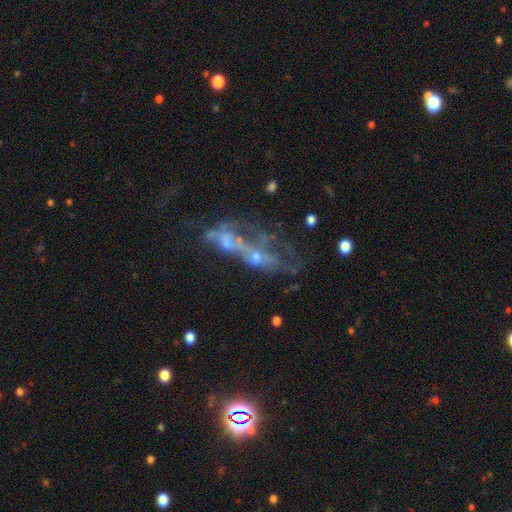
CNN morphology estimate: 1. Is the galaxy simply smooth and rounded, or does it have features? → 59% featured or disk, 23% star or artifact, 19% smooth.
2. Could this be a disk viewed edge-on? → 87% no, 13% yes.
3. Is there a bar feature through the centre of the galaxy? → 86% no, 10% weak, 4% strong.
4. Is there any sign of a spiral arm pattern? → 84% no, 16% yes.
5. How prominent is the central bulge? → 42% none, 35% small, 19% moderate, 2% large, 2% dominant.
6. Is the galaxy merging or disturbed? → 37% merger, 28% major disturbance, 24% none, 11% minor disturbance.